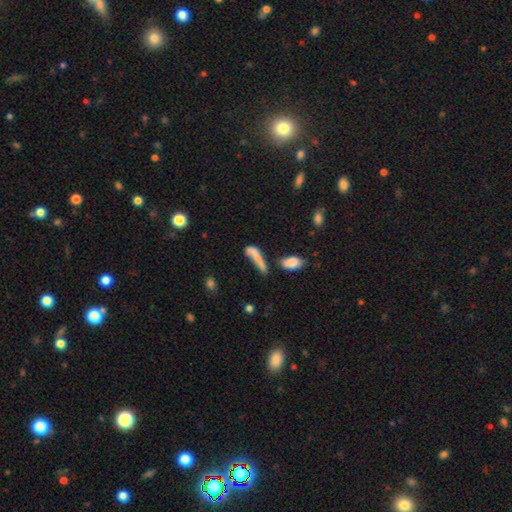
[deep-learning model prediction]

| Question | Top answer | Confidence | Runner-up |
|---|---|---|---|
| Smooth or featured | smooth | 66% | featured or disk (23%) |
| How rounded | cigar-shaped | 60% | in between (35%) |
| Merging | none | 29% | merger (28%) |